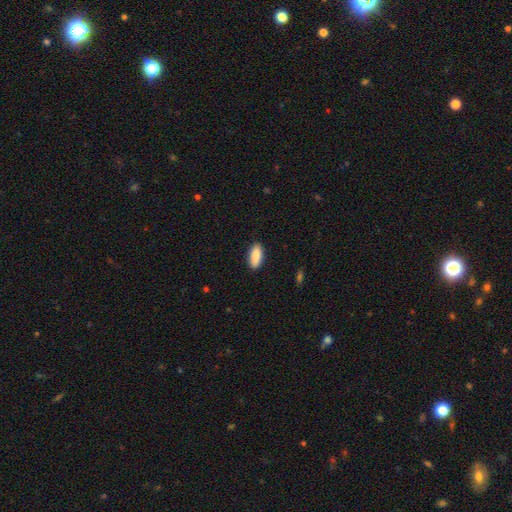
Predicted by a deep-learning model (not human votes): smooth 90%, star or artifact 6%, featured or disk 5%. Down the decision tree: how rounded — in between (83%); merging — none (89%).